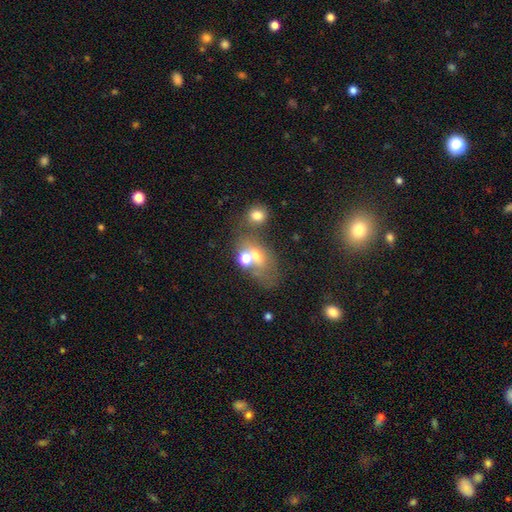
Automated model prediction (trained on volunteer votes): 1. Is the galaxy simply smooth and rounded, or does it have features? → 54% smooth, 27% featured or disk, 19% star or artifact.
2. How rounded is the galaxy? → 69% in between, 28% round, 2% cigar-shaped.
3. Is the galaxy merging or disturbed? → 39% merger, 35% none, 14% minor disturbance, 12% major disturbance.